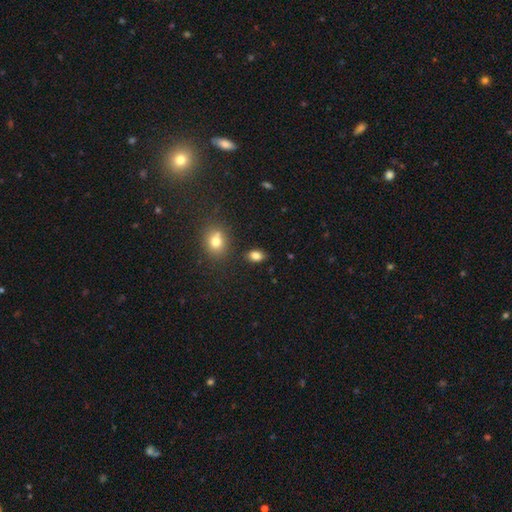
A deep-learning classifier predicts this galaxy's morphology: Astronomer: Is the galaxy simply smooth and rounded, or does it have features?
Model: smooth — 83%.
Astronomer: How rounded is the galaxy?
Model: in between — 81%.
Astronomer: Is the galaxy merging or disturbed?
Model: none — 83%.